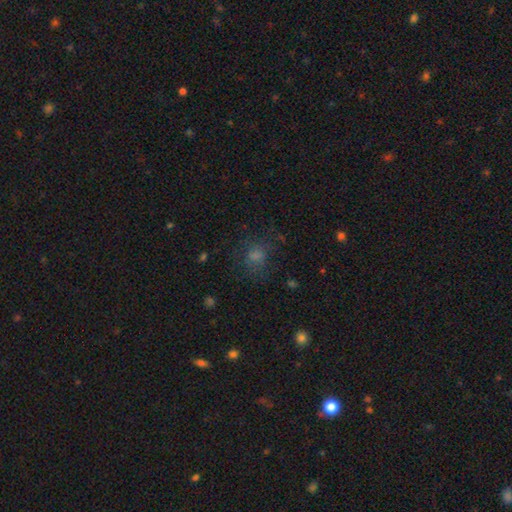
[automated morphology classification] Smooth or featured?
  - smooth: 59% *
  - star or artifact: 26%
  - featured or disk: 15%
How rounded?
  - round: 73% *
  - in between: 26%
  - cigar-shaped: 1%
Merging?
  - none: 68% *
  - minor disturbance: 16%
  - major disturbance: 14%
  - merger: 2%